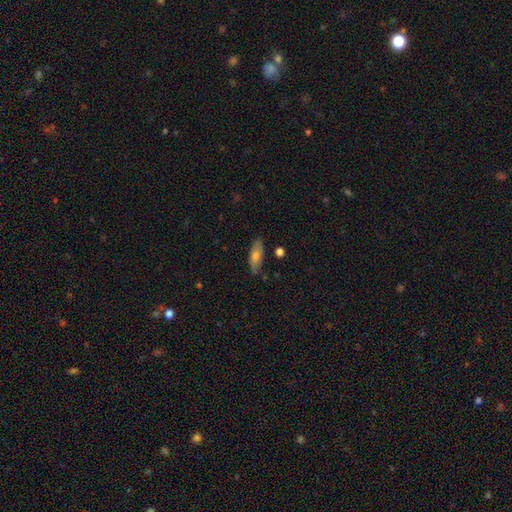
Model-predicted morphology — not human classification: Q: Smooth or featured?
A: smooth (65%); runner-up: featured or disk (27%)
Q: How rounded?
A: in between (71%); runner-up: cigar-shaped (27%)
Q: Merging?
A: none (80%); runner-up: minor disturbance (15%)